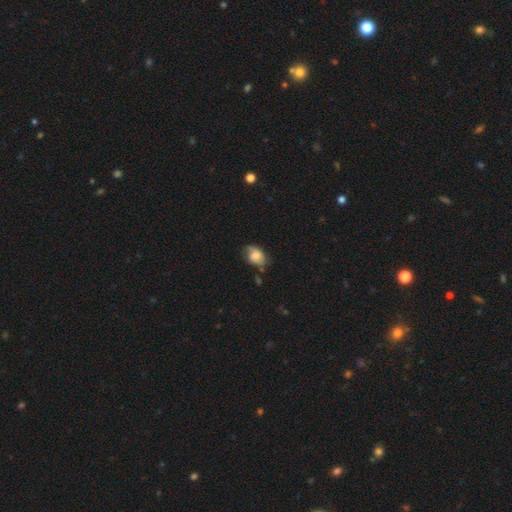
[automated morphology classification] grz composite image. It shows a smooth galaxy with no disk features (65%) that is in between round and cigar-shaped (77%). Merging: none (51%).